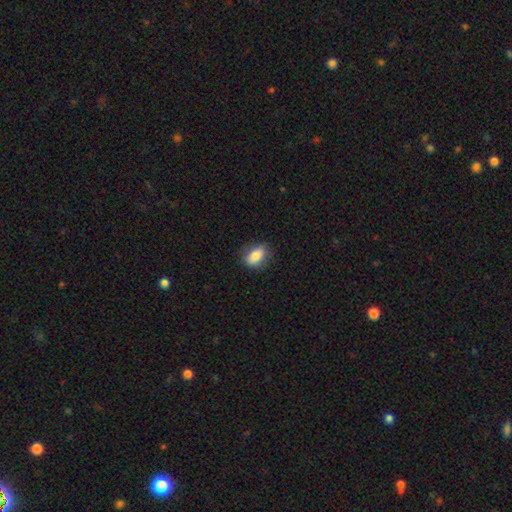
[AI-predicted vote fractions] Q: Smooth or featured?
A: smooth (81%); runner-up: featured or disk (11%)
Q: How rounded?
A: in between (80%); runner-up: round (17%)
Q: Merging?
A: none (81%); runner-up: minor disturbance (15%)